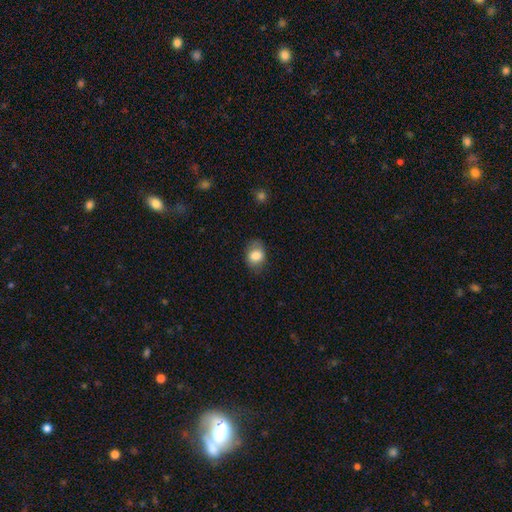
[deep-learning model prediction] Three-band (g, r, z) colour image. It shows a smooth galaxy with no disk features (81%) that is in between round and cigar-shaped (62%). Merging: none (75%).